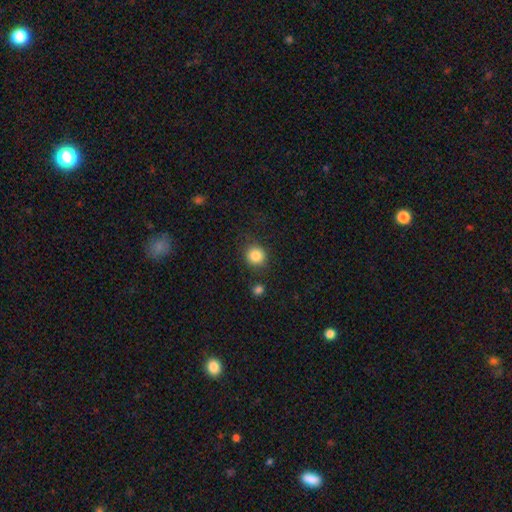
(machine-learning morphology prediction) Overall: smooth (85%). How rounded: round (88%). Merging: none (83%).